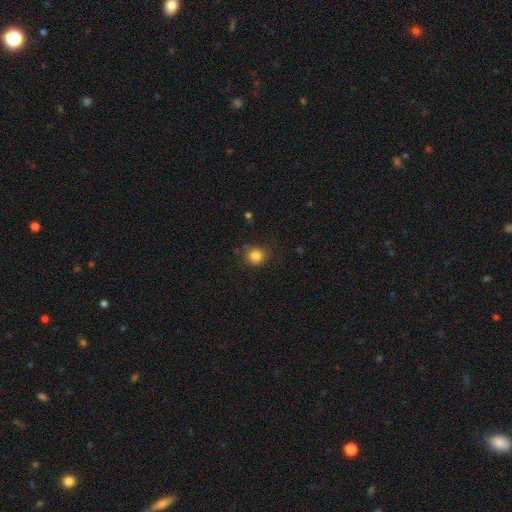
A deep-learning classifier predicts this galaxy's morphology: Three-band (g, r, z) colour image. It shows a smooth galaxy with no disk features (84%) that is round (86%). Merging: none (81%).